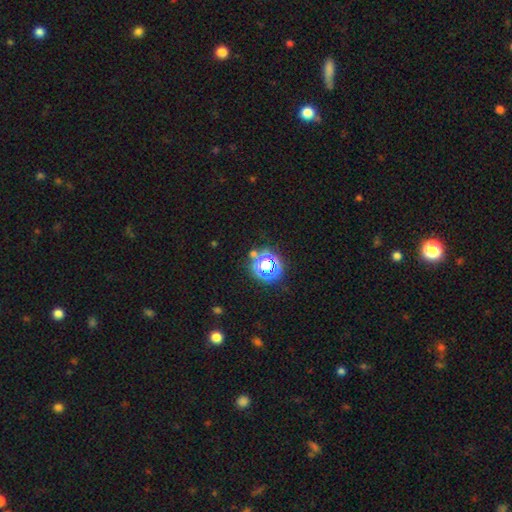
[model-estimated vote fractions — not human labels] A star or artifact, not a galaxy (66%).

Vote fractions:
- Smooth or featured? star or artifact: 66% / smooth: 26% / featured or disk: 8%